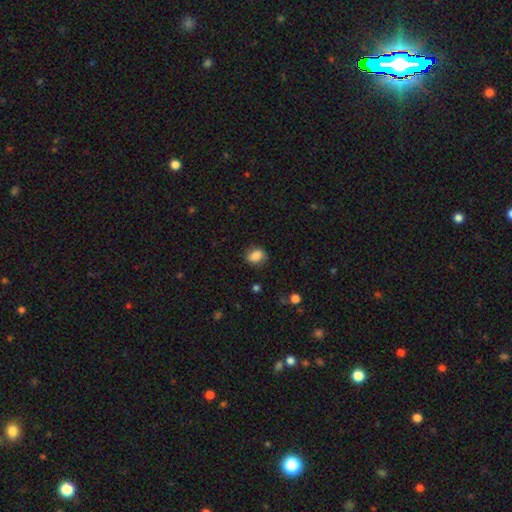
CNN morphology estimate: smooth 86%, star or artifact 9%, featured or disk 5%. Down the decision tree: how rounded — in between (61%); merging — none (81%).